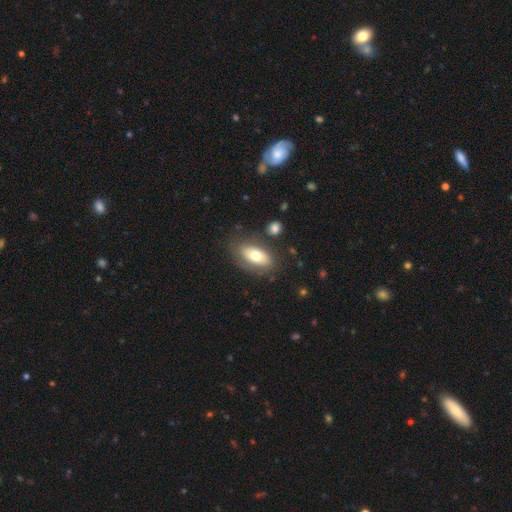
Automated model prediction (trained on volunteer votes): Smooth or featured? Predicted: smooth (p=0.64). How rounded? Predicted: in between (p=0.89). Merging? Predicted: none (p=0.73).